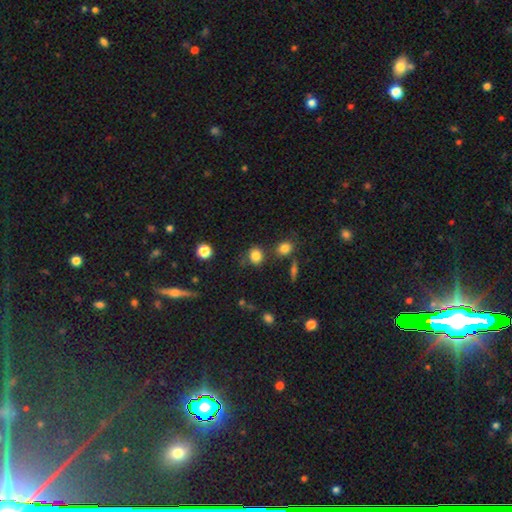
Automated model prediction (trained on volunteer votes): smooth-or-featured: smooth: 81% | star or artifact: 12% | featured or disk: 6%
  how-rounded: round: 70% | in between: 29% | cigar-shaped: 1%
  merging: none: 72% | minor disturbance: 15% | merger: 8% | major disturbance: 5%